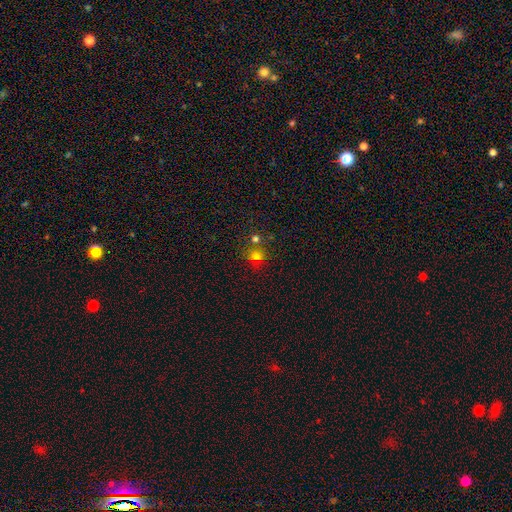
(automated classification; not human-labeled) This appears to be a smooth galaxy with no disk features (58%) that is round (78%). Merging: none (67%).